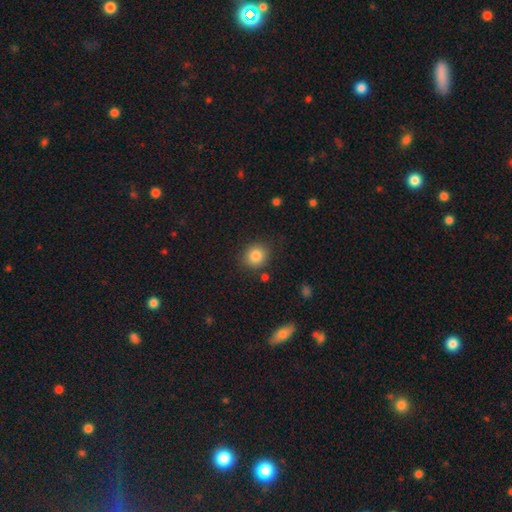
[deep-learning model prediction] This is clearly a smooth galaxy (83%). How rounded: clearly round (84%). Merging: clearly none (85%).